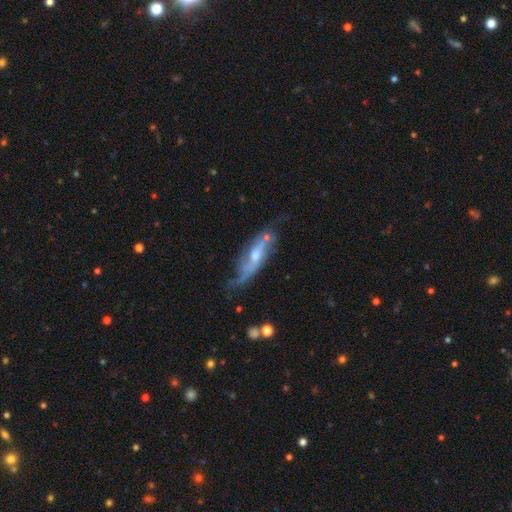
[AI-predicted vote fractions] Q: Smooth or featured?
A: featured or disk (75%); runner-up: smooth (18%)
Q: Edge-on disk?
A: no (64%); runner-up: yes (36%)
Q: Merging?
A: none (54%); runner-up: minor disturbance (28%)